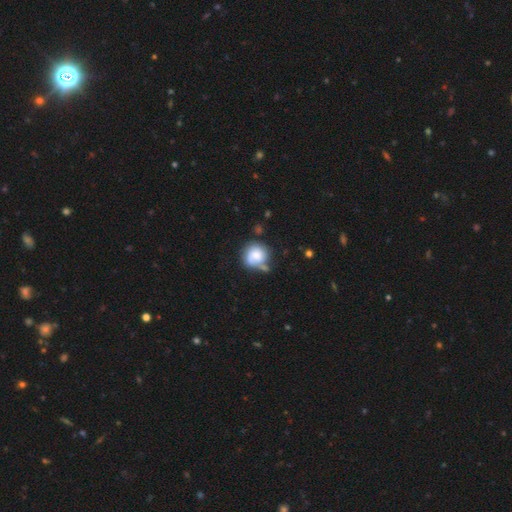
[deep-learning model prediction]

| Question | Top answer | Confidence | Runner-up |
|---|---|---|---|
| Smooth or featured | smooth | 62% | featured or disk (29%) |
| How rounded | round | 83% | in between (16%) |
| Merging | none | 46% | minor disturbance (25%) |